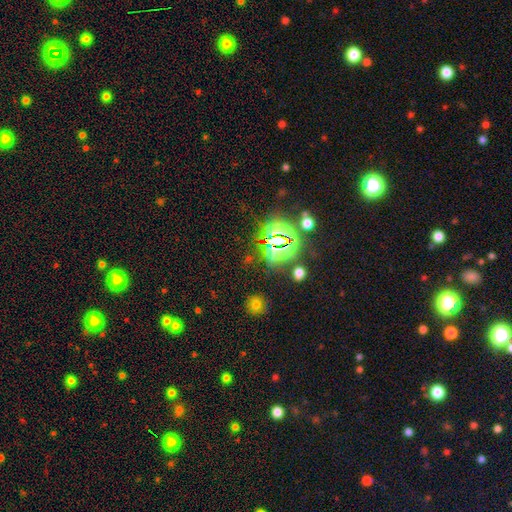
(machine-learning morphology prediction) Overall: star or artifact (79%).